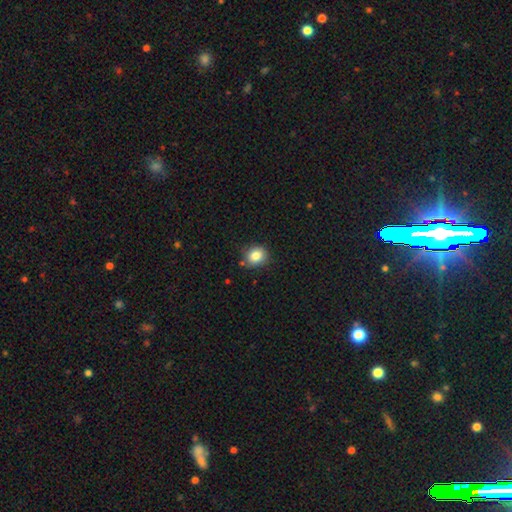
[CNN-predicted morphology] smooth-or-featured: smooth: 83% | star or artifact: 10% | featured or disk: 6%
  how-rounded: round: 76% | in between: 23% | cigar-shaped: 1%
  merging: none: 81% | minor disturbance: 13% | merger: 3% | major disturbance: 3%